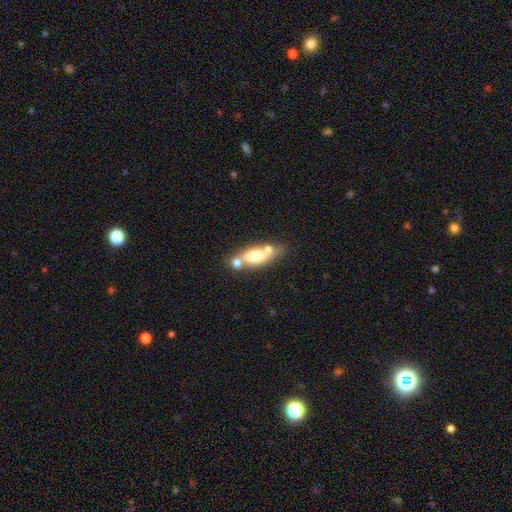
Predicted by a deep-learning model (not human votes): Smooth or featured? Predicted: smooth (p=0.60). How rounded? Predicted: in between (p=0.67). Merging? Predicted: none (p=0.48).